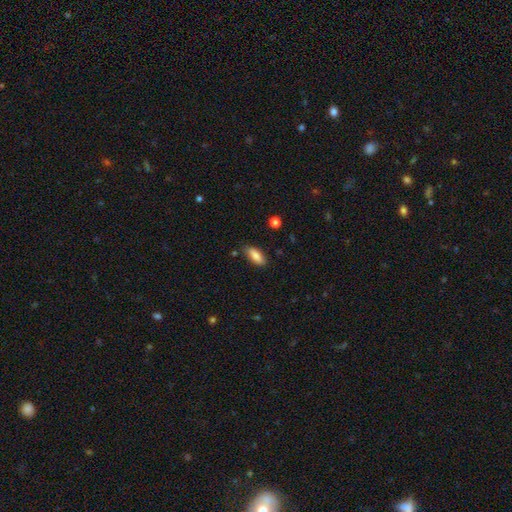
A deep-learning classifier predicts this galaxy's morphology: A smooth galaxy with no disk features (83%) that is in between round and cigar-shaped (78%). Merging: none (79%).